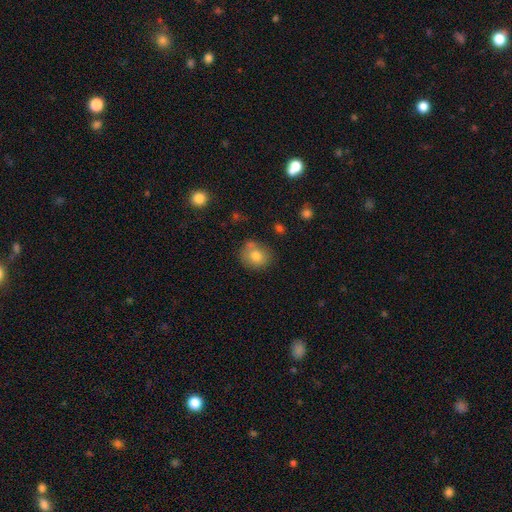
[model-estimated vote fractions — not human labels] smooth 77%, featured or disk 13%, star or artifact 10%. Down the decision tree: how rounded — round (71%); merging — none (64%).